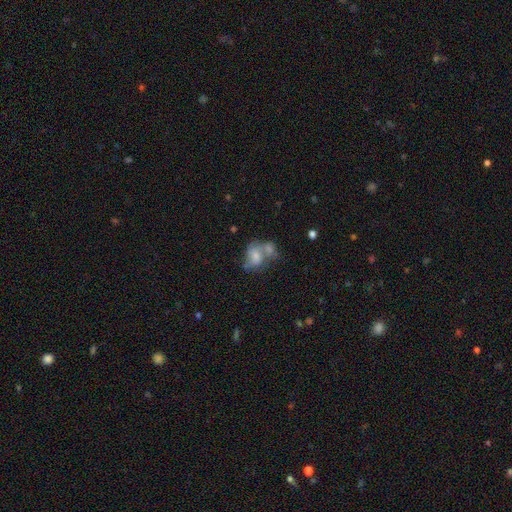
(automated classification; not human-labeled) Overall: smooth (50%; featured or disk 41%). How rounded: in between (65%; round 34%). Merging: merger (53%; none 21%).